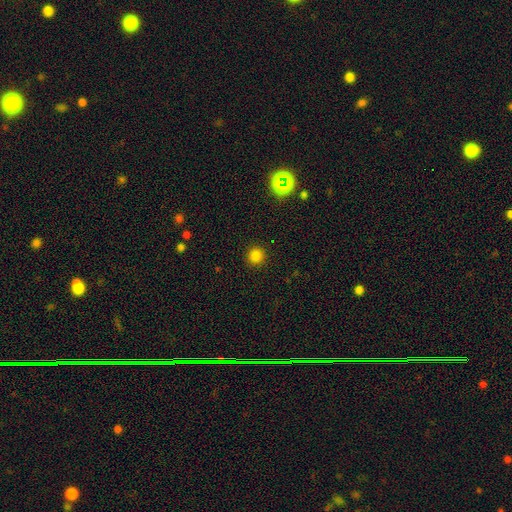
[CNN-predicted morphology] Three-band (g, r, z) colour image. It shows a smooth galaxy with no disk features (82%) that is round (94%). Merging: none (92%).